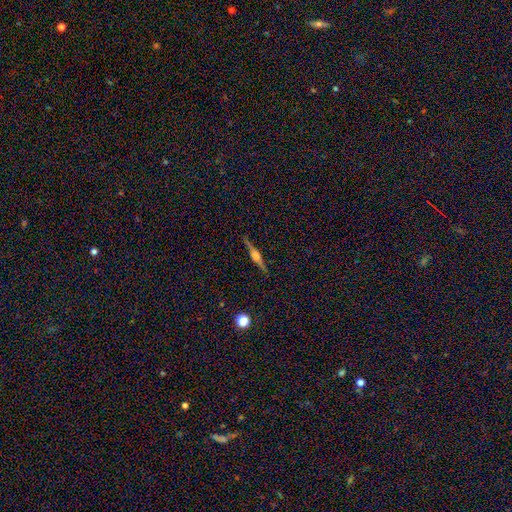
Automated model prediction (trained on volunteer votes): This appears to be a featured or disk galaxy (78%) viewed edge-on (98%) with a rounded central bulge (84%). Merging: none (90%).